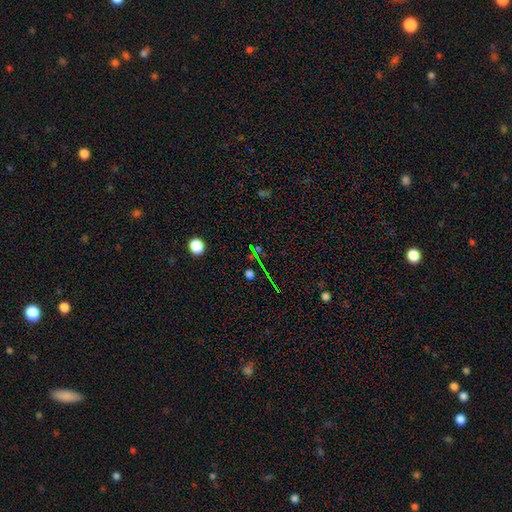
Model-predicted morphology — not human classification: A star or artifact, not a galaxy (70%).

Vote fractions:
- Smooth or featured? star or artifact: 70% / smooth: 19% / featured or disk: 11%